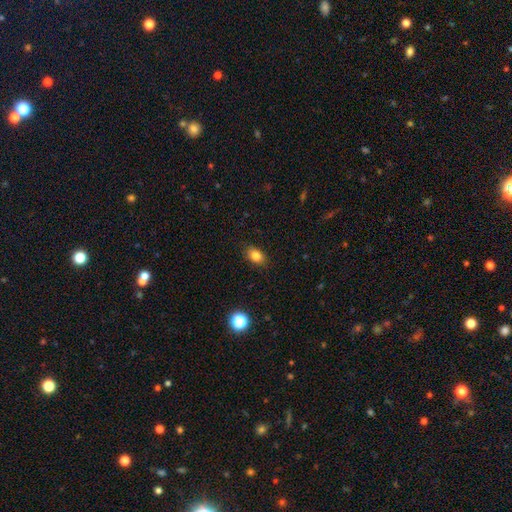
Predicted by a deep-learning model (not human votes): Morphology: type=smooth (82%); roundness=in between (77%); merging=none (87%).